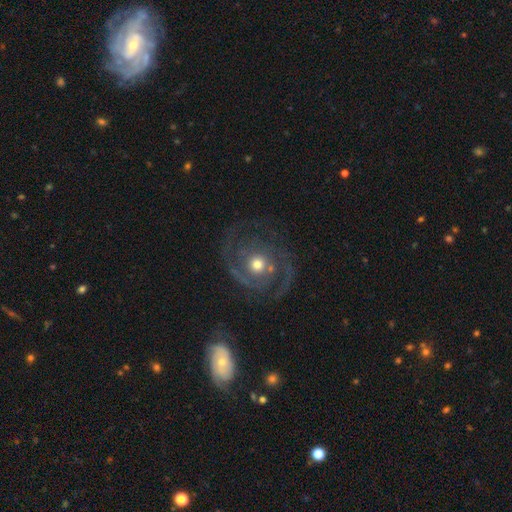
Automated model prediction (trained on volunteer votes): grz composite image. It shows a featured or disk galaxy (86%) with no bar (65%), 2 (70%) tight (49%) spiral arms (95%) and a moderate central bulge (69%). Merging: none (79%).